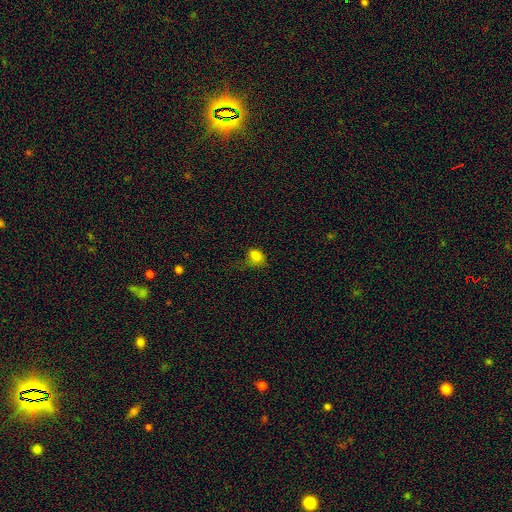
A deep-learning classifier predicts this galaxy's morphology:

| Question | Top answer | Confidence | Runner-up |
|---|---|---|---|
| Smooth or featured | smooth | 81% | star or artifact (12%) |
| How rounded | in between | 66% | round (33%) |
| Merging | none | 38% | minor disturbance (31%) |